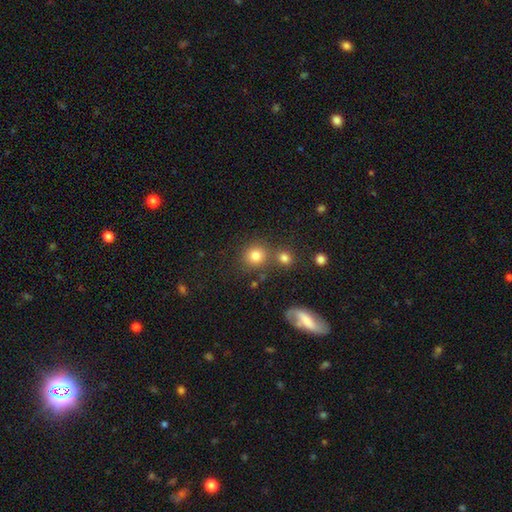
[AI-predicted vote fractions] smooth_or_featured: smooth (p=0.80) [alt: star or artifact p=0.13]
how_rounded: round (p=0.86) [alt: in between p=0.13]
merging: none (p=0.68) [alt: merger p=0.19]